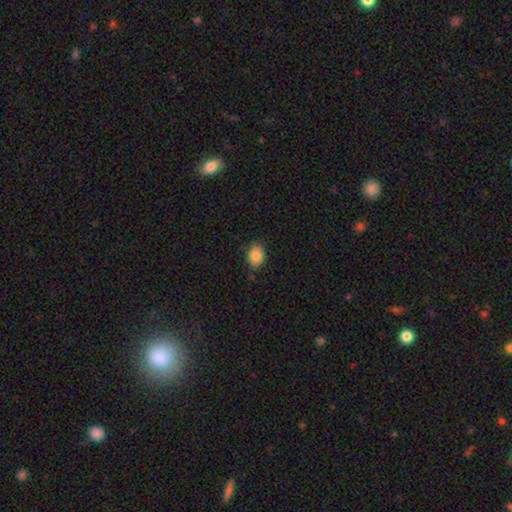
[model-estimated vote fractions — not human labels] smooth_or_featured: smooth (p=0.86) [alt: star or artifact p=0.08]
how_rounded: in between (p=0.75) [alt: round p=0.23]
merging: none (p=0.83) [alt: minor disturbance p=0.13]